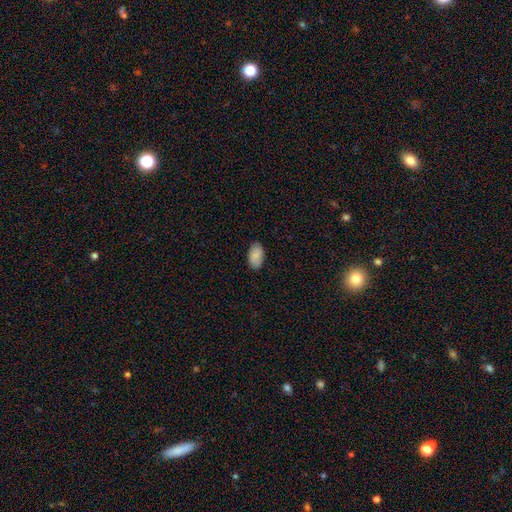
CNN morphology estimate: Overall: smooth (88%). How rounded: in between (94%). Merging: none (85%).